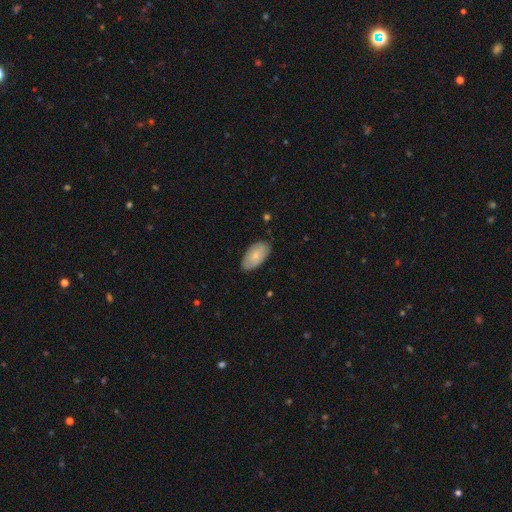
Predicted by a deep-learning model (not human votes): Q: Smooth or featured?
A: smooth (73%); runner-up: featured or disk (21%)
Q: How rounded?
A: in between (95%); runner-up: round (3%)
Q: Merging?
A: none (79%); runner-up: minor disturbance (17%)